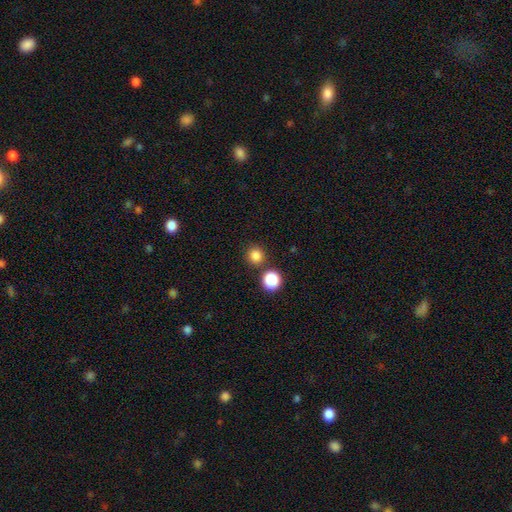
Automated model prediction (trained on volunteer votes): Morphology: type=smooth (83%); roundness=round (89%); merging=none (79%).